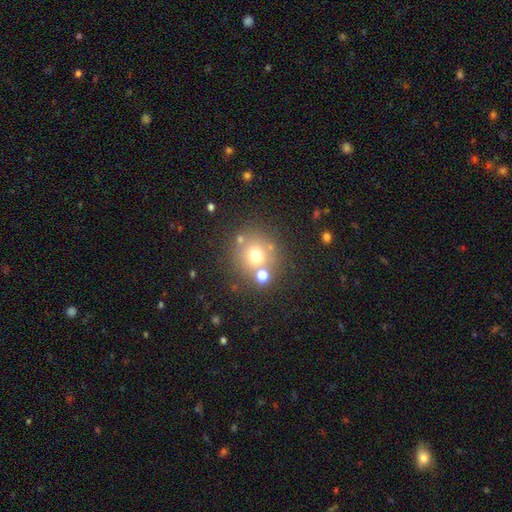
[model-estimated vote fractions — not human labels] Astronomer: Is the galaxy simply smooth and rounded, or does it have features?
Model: smooth — 65%.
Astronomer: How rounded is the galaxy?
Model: round — 90%.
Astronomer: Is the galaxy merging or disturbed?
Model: none — 70%.